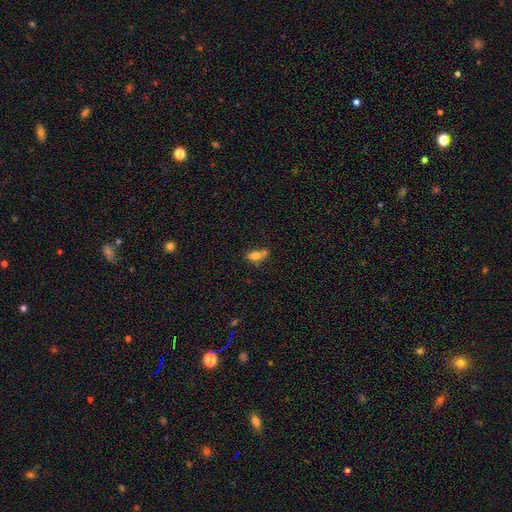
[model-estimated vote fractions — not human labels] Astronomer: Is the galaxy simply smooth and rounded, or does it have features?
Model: smooth — 74%.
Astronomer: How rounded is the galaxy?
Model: in between — 79%.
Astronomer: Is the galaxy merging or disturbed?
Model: merger — 40% (runner-up: none, 36%).